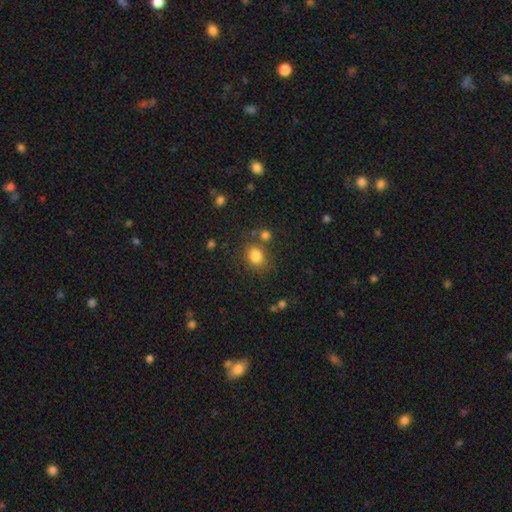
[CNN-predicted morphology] type=smooth (82%); roundness=round (62%); merging=none (73%).